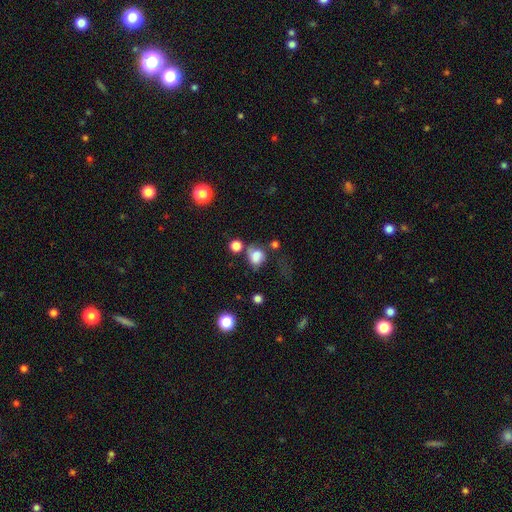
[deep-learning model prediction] This appears to be a smooth galaxy with no disk features (70%) that is round (55%). Merging: none (41%).